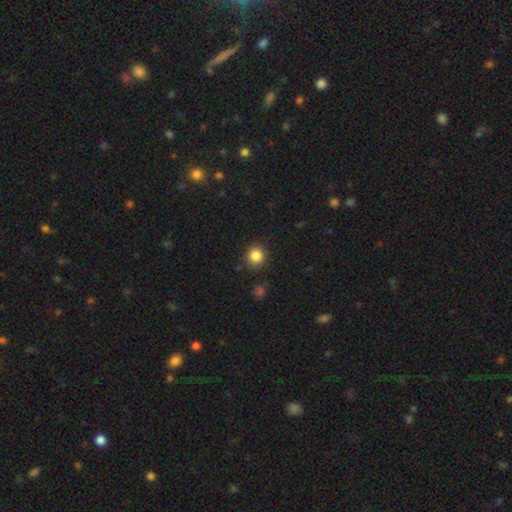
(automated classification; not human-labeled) A smooth galaxy with no disk features (85%) that is round (90%). Merging: none (88%).